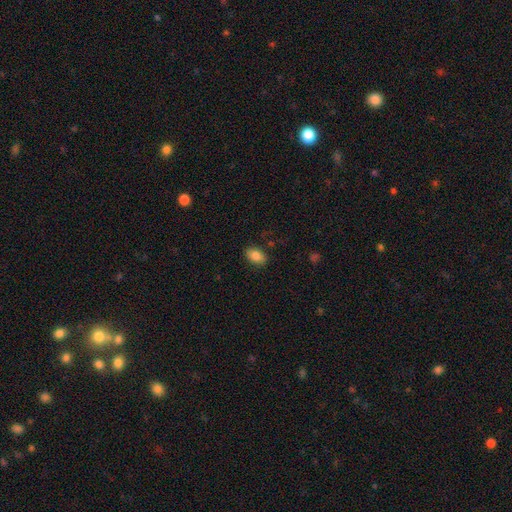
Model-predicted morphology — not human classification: A smooth galaxy with no disk features (85%) that is in between round and cigar-shaped (85%).

Vote fractions:
- Smooth or featured? smooth: 85% / star or artifact: 8% / featured or disk: 7%
- How rounded? in between: 85% / round: 13% / cigar-shaped: 1%
- Merging? none: 87% / minor disturbance: 10% / major disturbance: 2% / merger: 1%